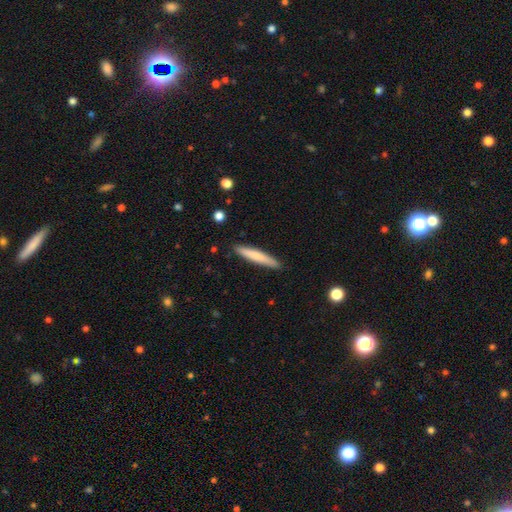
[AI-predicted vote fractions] A smooth galaxy with no disk features (73%) that is cigar-shaped (93%).

Vote fractions:
- Smooth or featured? smooth: 73% / featured or disk: 22% / star or artifact: 5%
- How rounded? cigar-shaped: 93% / in between: 6% / round: 1%
- Merging? none: 90% / minor disturbance: 7% / major disturbance: 1% / merger: 1%